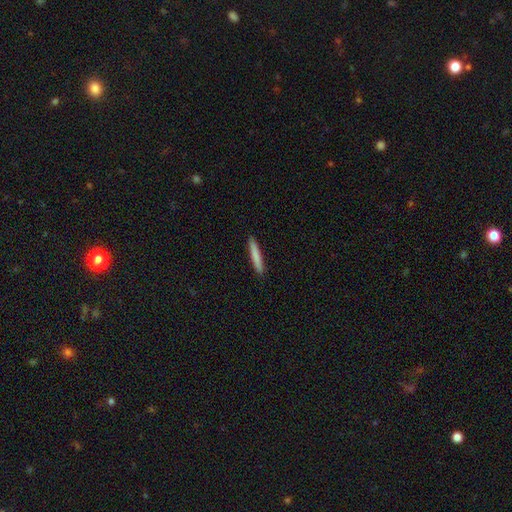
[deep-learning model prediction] This appears to be a smooth galaxy with no disk features (81%) that is cigar-shaped (95%). Merging: none (92%).